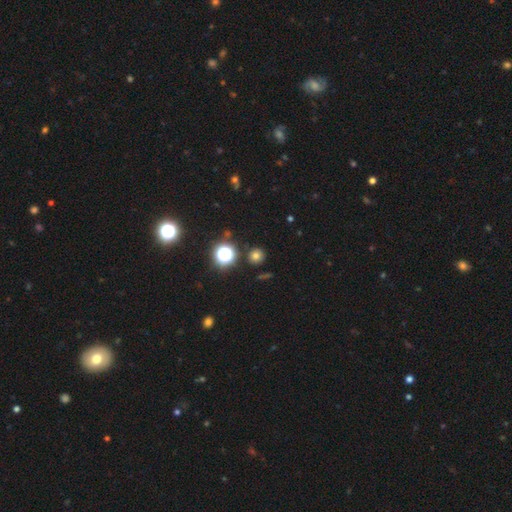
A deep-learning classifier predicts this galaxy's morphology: type=smooth (70%); roundness=round (91%); merging=none (87%).